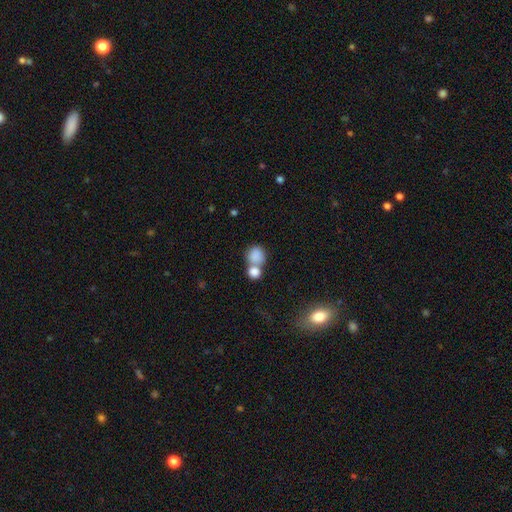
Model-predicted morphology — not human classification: type=smooth (83%); roundness=round (73%); merging=merger (53%).